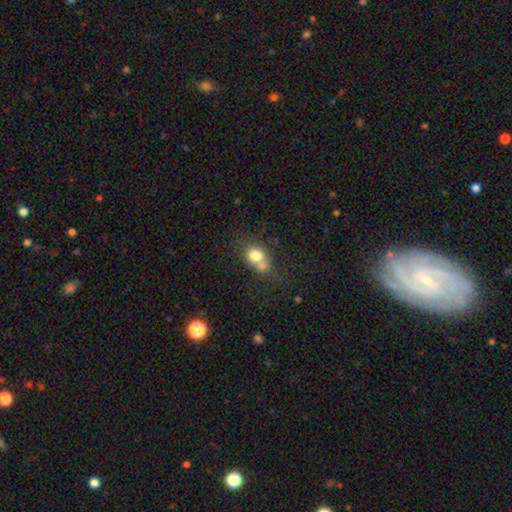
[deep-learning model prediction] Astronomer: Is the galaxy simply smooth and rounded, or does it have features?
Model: smooth — 75%.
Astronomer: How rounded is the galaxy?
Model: round — 68%.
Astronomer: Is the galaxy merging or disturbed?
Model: merger — 48% (runner-up: none, 37%).